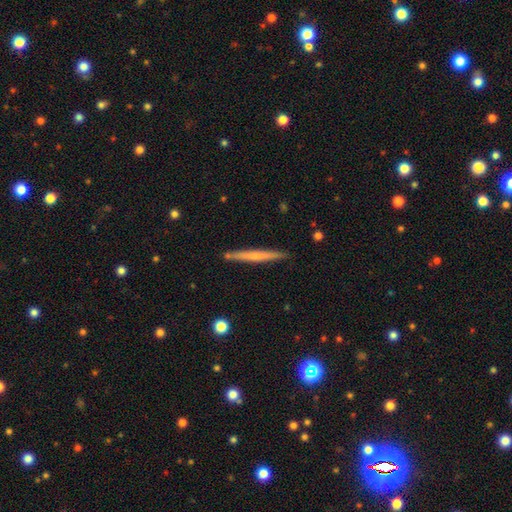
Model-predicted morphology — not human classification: This appears to be a smooth galaxy with no disk features (53%) that is cigar-shaped (97%). Merging: none (89%).